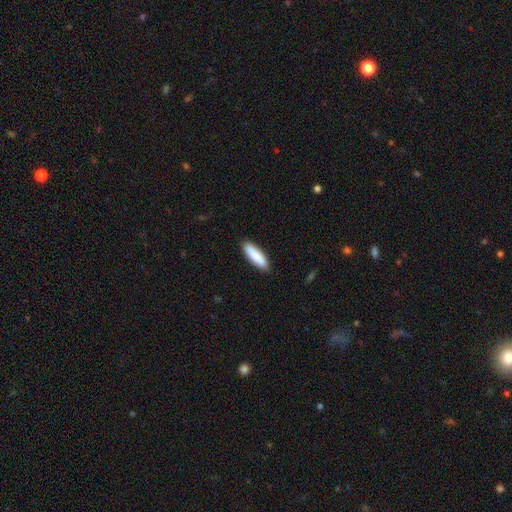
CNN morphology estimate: This appears to be a smooth galaxy with no disk features (88%) that is cigar-shaped (58%). Merging: none (90%).